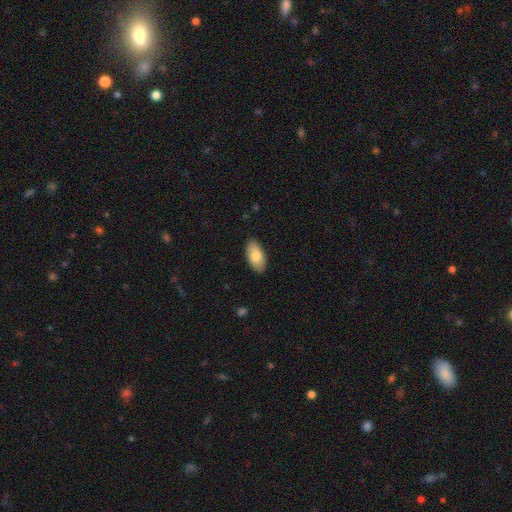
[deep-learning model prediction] Smooth or featured? Predicted: smooth (p=0.82). How rounded? Predicted: in between (p=0.95). Merging? Predicted: none (p=0.87).